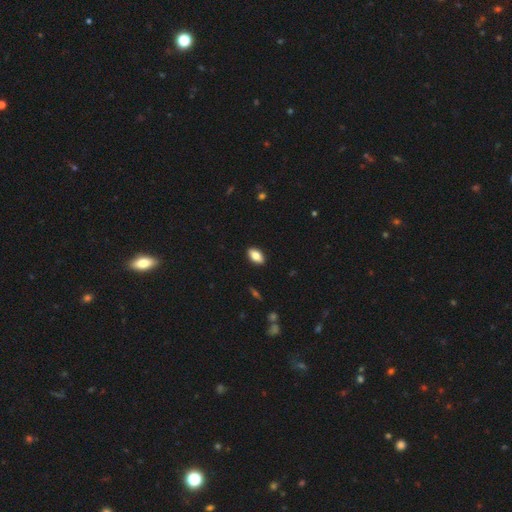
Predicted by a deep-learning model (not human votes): smooth-or-featured: smooth: 80% | featured or disk: 13% | star or artifact: 7%
  how-rounded: in between: 91% | cigar-shaped: 5% | round: 4%
  merging: none: 90% | minor disturbance: 8% | major disturbance: 2% | merger: 1%